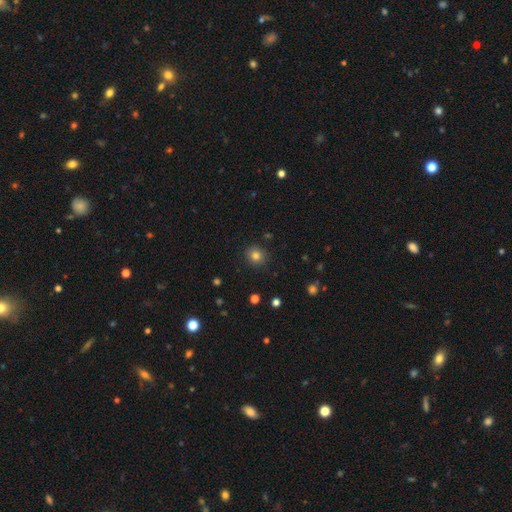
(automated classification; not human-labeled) A smooth galaxy with no disk features (81%) that is round (85%).

Vote fractions:
- Smooth or featured? smooth: 81% / star or artifact: 13% / featured or disk: 7%
- How rounded? round: 85% / in between: 14% / cigar-shaped: 1%
- Merging? none: 90% / minor disturbance: 7% / major disturbance: 2% / merger: 1%